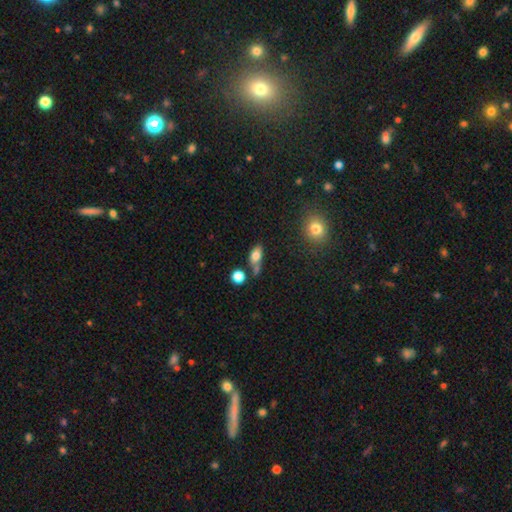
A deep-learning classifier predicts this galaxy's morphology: A smooth galaxy with no disk features (78%) that is in between round and cigar-shaped (83%).

Vote fractions:
- Smooth or featured? smooth: 78% / featured or disk: 12% / star or artifact: 9%
- How rounded? in between: 83% / round: 11% / cigar-shaped: 7%
- Merging? none: 52% / merger: 22% / minor disturbance: 19% / major disturbance: 7%